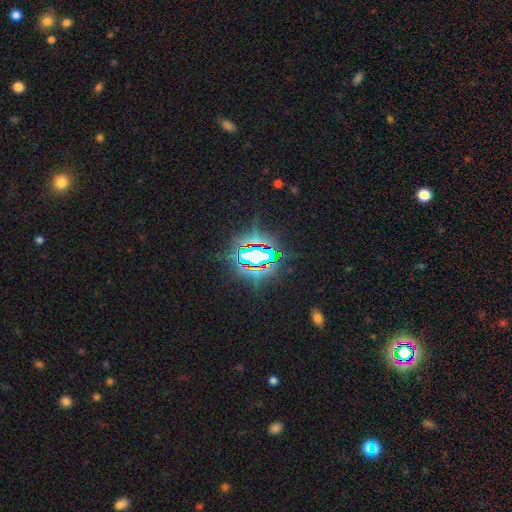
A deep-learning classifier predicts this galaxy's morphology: smooth_or_featured: star or artifact (p=0.76) [alt: featured or disk p=0.13]